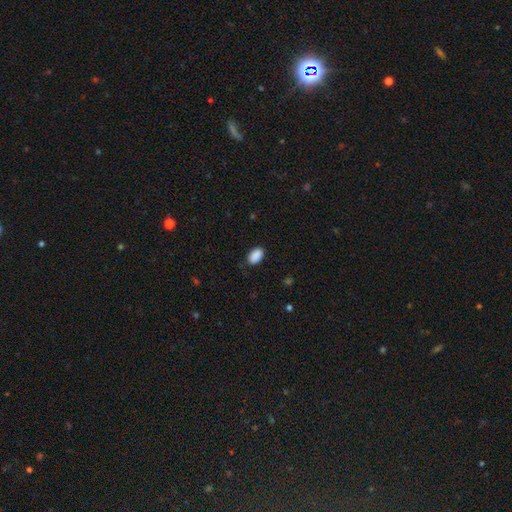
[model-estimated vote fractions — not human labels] Smooth or featured? smooth (90%)
How rounded? in between (92%)
Merging? none (83%)